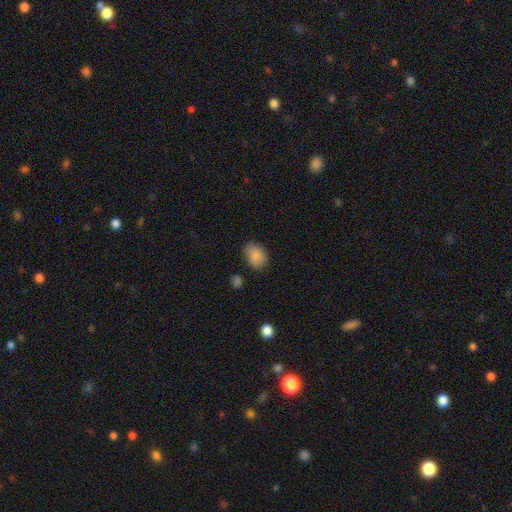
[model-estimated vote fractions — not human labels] Smooth or featured? smooth (87%)
How rounded? in between (71%)
Merging? none (76%)